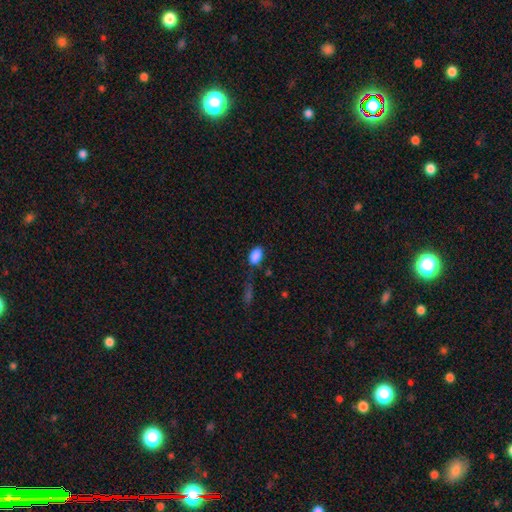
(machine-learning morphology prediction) smooth_or_featured: smooth (p=0.87) [alt: star or artifact p=0.09]
how_rounded: in between (p=0.91) [alt: round p=0.07]
merging: none (p=0.66) [alt: minor disturbance p=0.21]